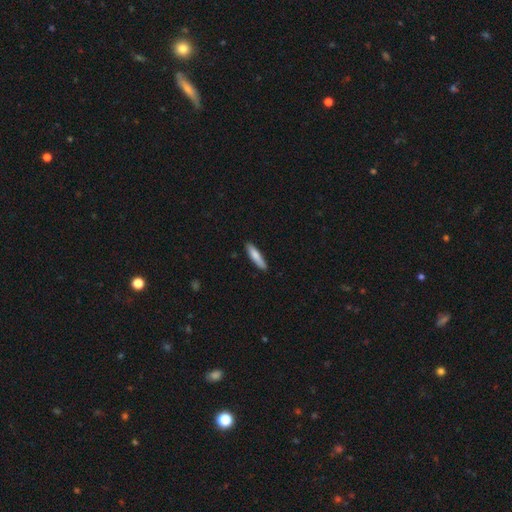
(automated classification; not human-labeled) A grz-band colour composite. It shows a smooth galaxy with no disk features (80%) that is cigar-shaped (81%). Merging: none (87%).